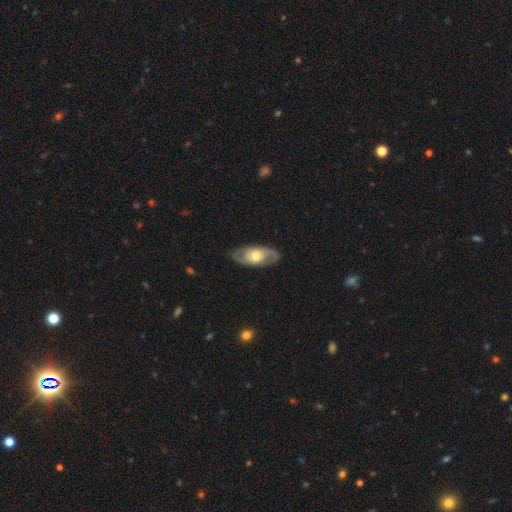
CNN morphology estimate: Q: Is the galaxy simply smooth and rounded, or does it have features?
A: featured or disk — 68%.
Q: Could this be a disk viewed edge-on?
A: no — 88%.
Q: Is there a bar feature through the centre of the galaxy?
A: no — 67%.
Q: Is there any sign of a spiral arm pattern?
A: yes — 77%.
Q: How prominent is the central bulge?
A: moderate — 68%.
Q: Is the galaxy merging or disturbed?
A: none — 81%.